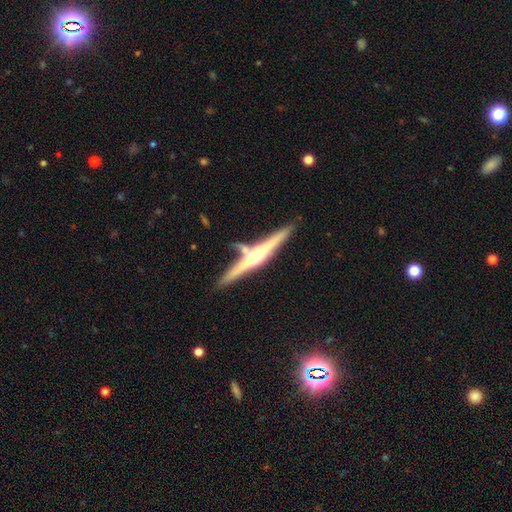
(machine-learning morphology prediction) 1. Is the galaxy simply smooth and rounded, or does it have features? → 77% featured or disk, 17% smooth, 6% star or artifact.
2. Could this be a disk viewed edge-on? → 98% yes, 2% no.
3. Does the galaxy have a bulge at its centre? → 86% rounded, 8% none, 6% boxy.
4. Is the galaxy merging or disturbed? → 79% none, 10% minor disturbance, 9% merger, 2% major disturbance.